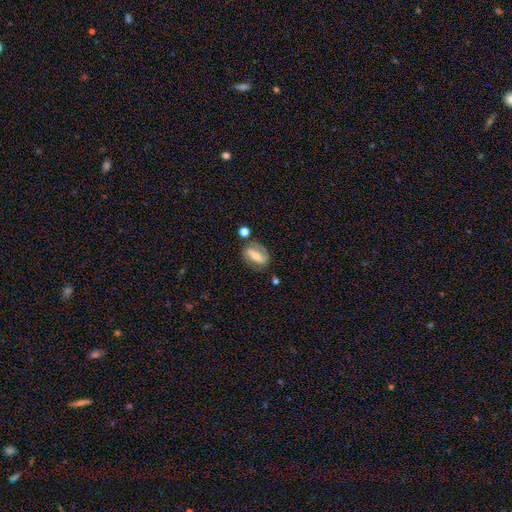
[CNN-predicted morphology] This is likely a featured or disk galaxy (63%). It is clearly not viewed edge-on (89%). Bar: likely strong (62%). Spiral arm pattern: likely yes (71%). Central bulge: possibly moderate (47%). Merging: likely none (71%).